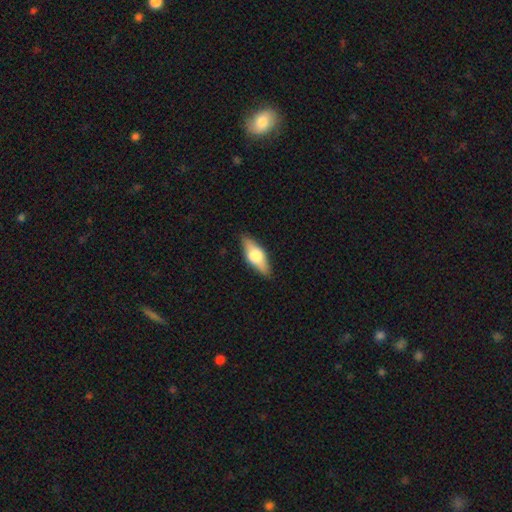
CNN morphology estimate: The model was most divided on "smooth or featured": smooth: 52%, featured or disk: 42%, star or artifact: 6%. More confident: merging — none (86%); how rounded — in between (68%).